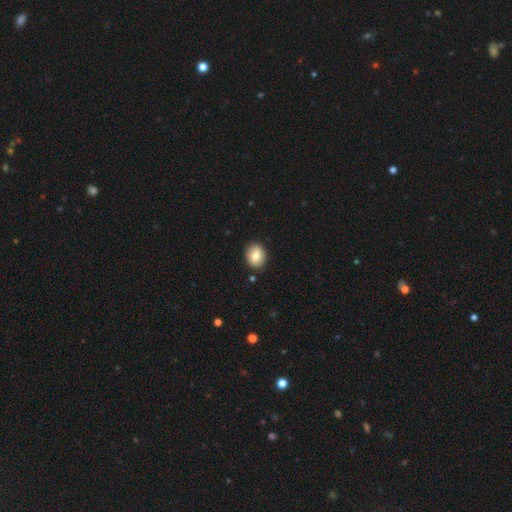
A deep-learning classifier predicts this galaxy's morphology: This appears to be a smooth galaxy with no disk features (77%) that is round (53%). Merging: none (88%).